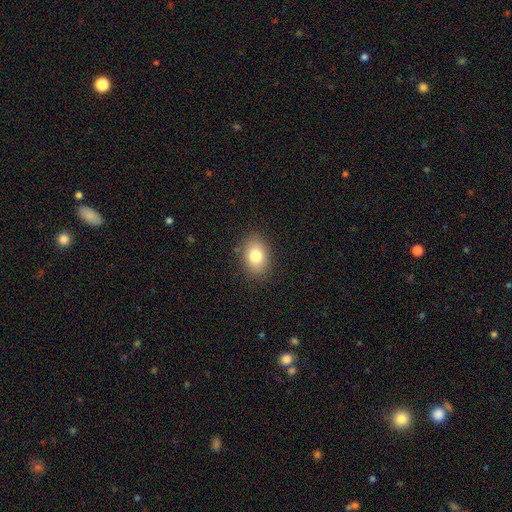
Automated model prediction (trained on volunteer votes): Q: Smooth or featured?
A: smooth (79%); runner-up: featured or disk (11%)
Q: How rounded?
A: in between (75%); runner-up: round (24%)
Q: Merging?
A: none (86%); runner-up: minor disturbance (10%)